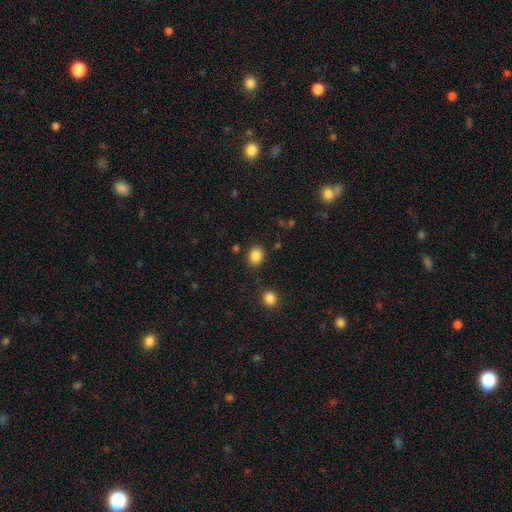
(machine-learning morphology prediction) smooth-or-featured: smooth: 86% | star or artifact: 10% | featured or disk: 4%
  how-rounded: round: 64% | in between: 35% | cigar-shaped: 1%
  merging: none: 85% | minor disturbance: 9% | merger: 3% | major disturbance: 3%